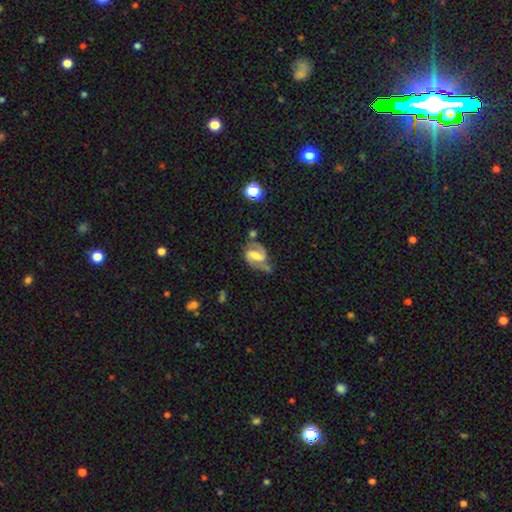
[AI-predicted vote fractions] This appears to be a featured or disk galaxy (86%) with a weak bar (46%), 2 (91%) medium (57%) spiral arms (96%) and a moderate central bulge (49%). Merging: none (60%).